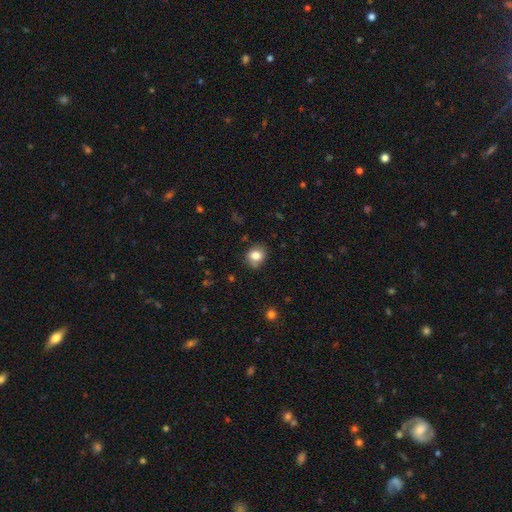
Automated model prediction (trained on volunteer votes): A smooth galaxy with no disk features (83%) that is round (72%). Merging: none (78%).